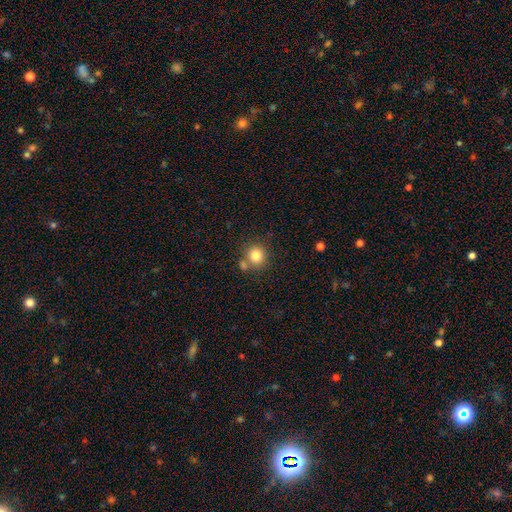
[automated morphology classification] This appears to be a smooth galaxy with no disk features (82%) that is round (89%). Merging: none (68%).